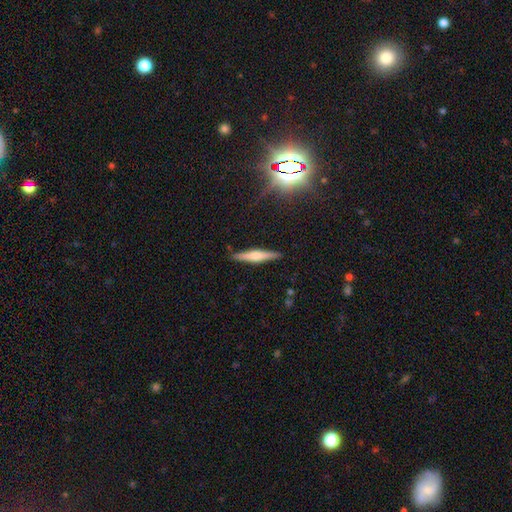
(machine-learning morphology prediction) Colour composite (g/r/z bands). It shows a featured or disk galaxy (58%) viewed edge-on (97%) with a rounded central bulge (74%). Merging: none (89%).